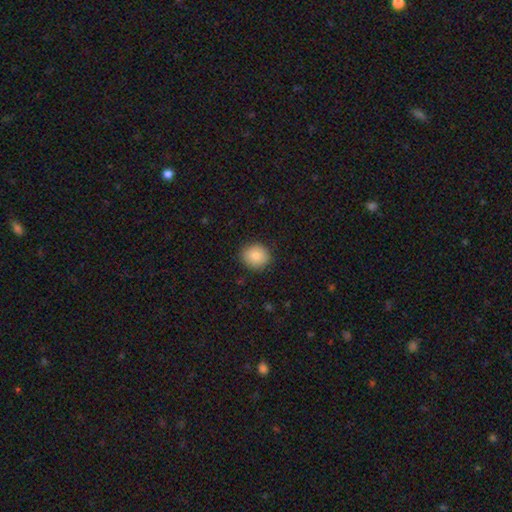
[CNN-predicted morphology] smooth 83%, star or artifact 9%, featured or disk 8%. Down the decision tree: how rounded — round (85%); merging — none (88%).